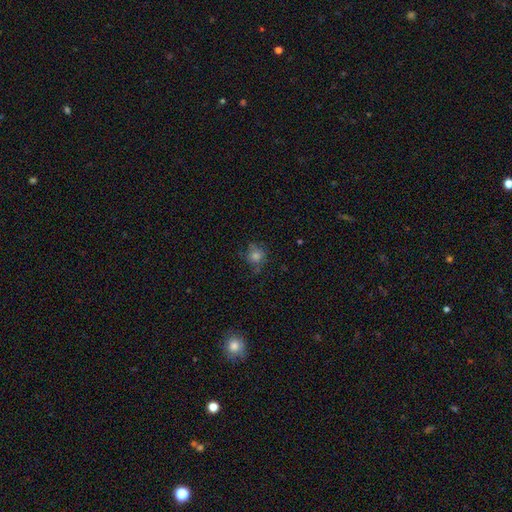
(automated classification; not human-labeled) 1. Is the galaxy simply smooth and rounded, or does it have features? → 60% smooth, 20% star or artifact, 19% featured or disk.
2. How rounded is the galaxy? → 85% round, 14% in between, 1% cigar-shaped.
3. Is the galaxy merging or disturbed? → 68% none, 19% minor disturbance, 10% major disturbance, 2% merger.